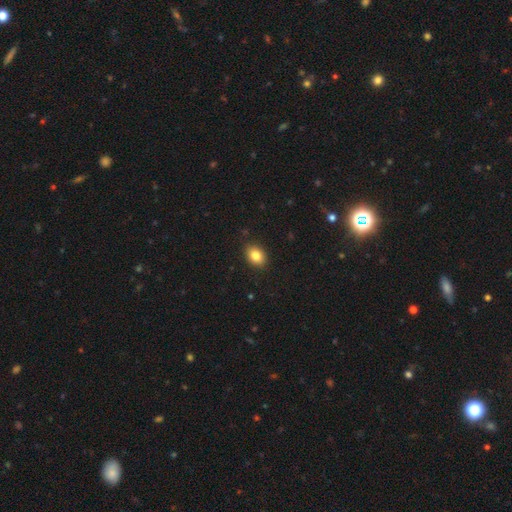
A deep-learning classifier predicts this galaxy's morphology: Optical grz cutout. It shows a smooth galaxy with no disk features (85%) that is in between round and cigar-shaped (71%). Merging: none (89%).